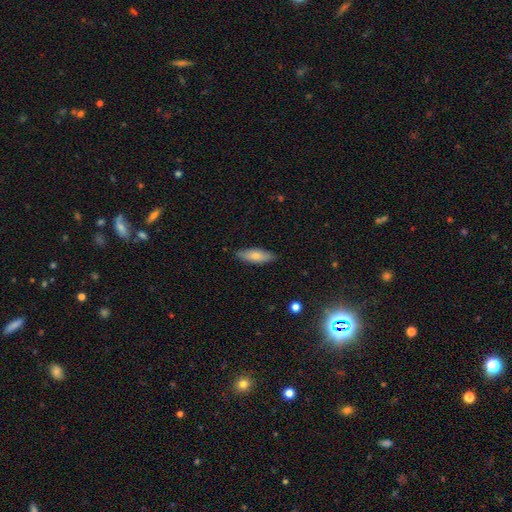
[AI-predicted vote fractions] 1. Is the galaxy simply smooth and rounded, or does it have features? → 73% smooth, 21% featured or disk, 6% star or artifact.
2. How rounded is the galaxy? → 62% in between, 36% cigar-shaped, 2% round.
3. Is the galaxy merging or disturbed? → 85% none, 12% minor disturbance, 2% major disturbance, 1% merger.